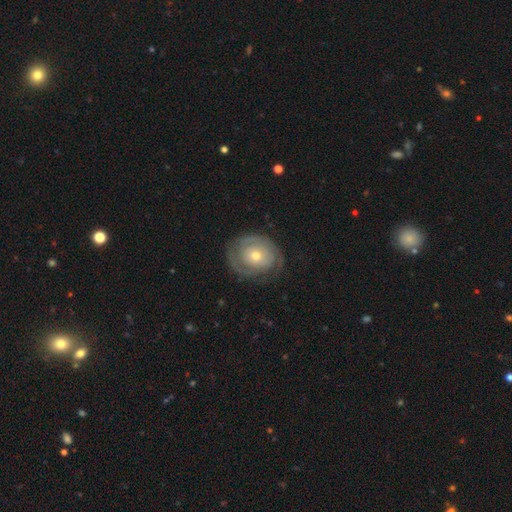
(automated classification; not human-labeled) Smooth or featured: featured or disk — 66% (smooth — 28%)
Edge-on disk: no — 96% (yes — 4%)
Bar: no — 83% (weak — 14%)
Spiral arms: yes — 72% (no — 28%)
Bulge size: moderate — 56% (small — 39%)
Merging: none — 68% (minor disturbance — 20%)